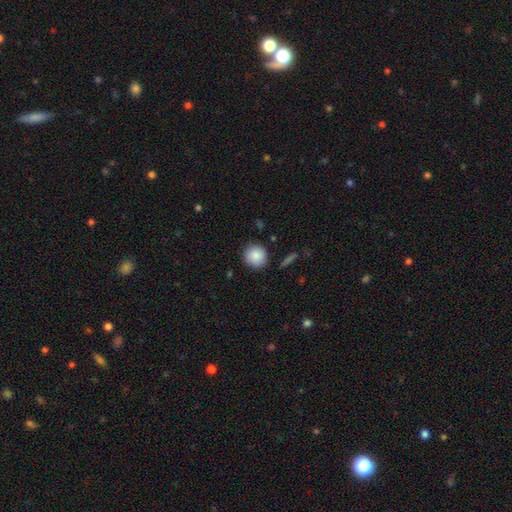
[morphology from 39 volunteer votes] smooth-or-featured: smooth: 100% | featured or disk: 0% | star or artifact: 0%
  how-rounded: round: 100% | in between: 0% | cigar-shaped: 0%
  merging: none: 97% | major disturbance: 3% | minor disturbance: 0% | merger: 0%